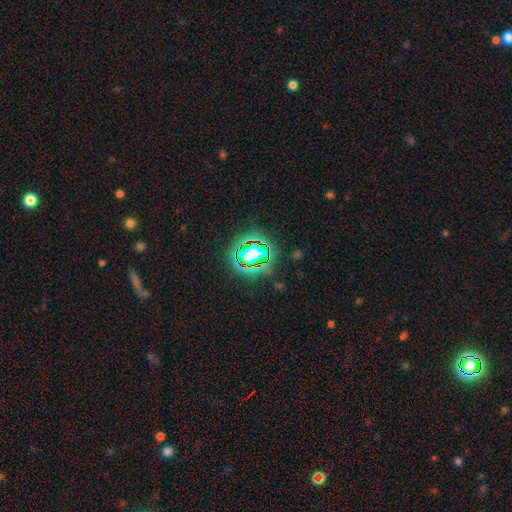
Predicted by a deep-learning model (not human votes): Morphology: type=star or artifact (76%).